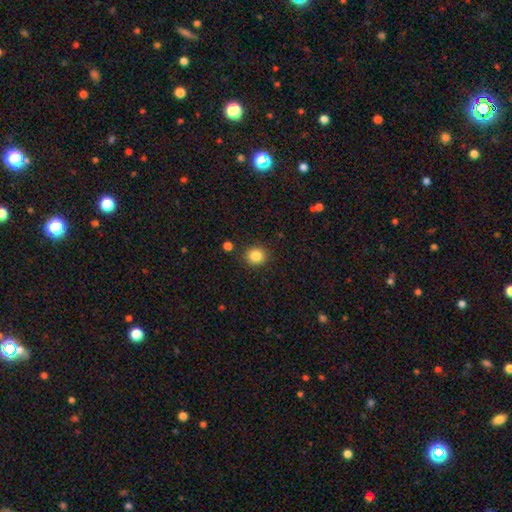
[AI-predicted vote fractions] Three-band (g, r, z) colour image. It shows a smooth galaxy with no disk features (84%) that is round (86%). Merging: none (89%).